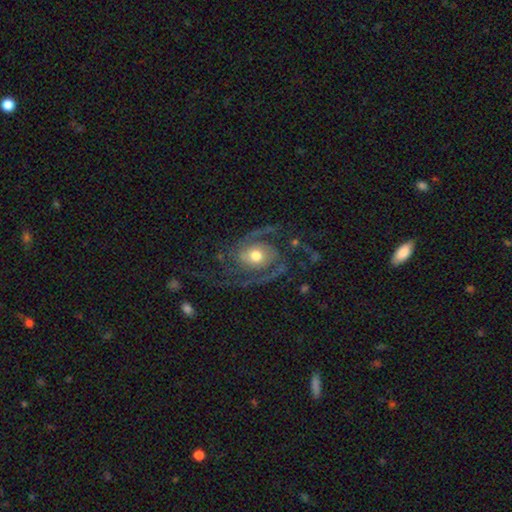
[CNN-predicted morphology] Smooth or featured? Predicted: featured or disk (p=0.88). Edge-on disk? Predicted: no (p=0.98). Bar? Predicted: no (p=0.71). Spiral arms? Predicted: yes (p=0.96). Spiral winding? Predicted: medium (p=0.49). Spiral arm count? Predicted: 2 (p=0.62). Bulge size? Predicted: moderate (p=0.72). Merging? Predicted: none (p=0.60).